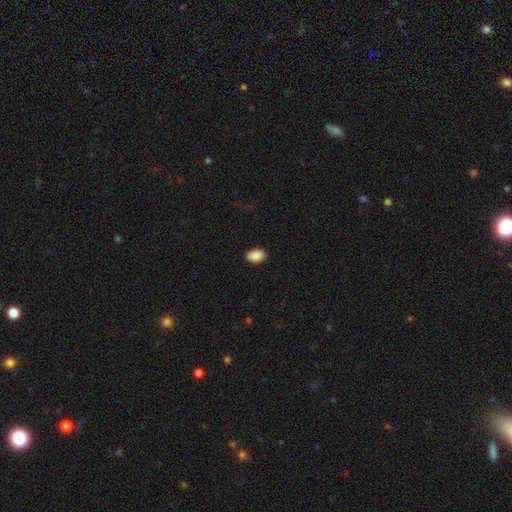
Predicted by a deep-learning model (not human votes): A smooth galaxy with no disk features (90%) that is in between round and cigar-shaped (90%). Merging: none (89%).